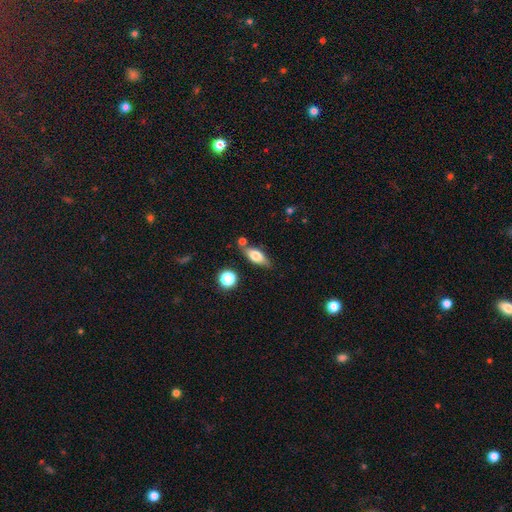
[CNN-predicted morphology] smooth-or-featured: smooth: 67% | featured or disk: 25% | star or artifact: 9%
  how-rounded: in between: 71% | cigar-shaped: 24% | round: 5%
  merging: none: 71% | minor disturbance: 15% | merger: 10% | major disturbance: 4%